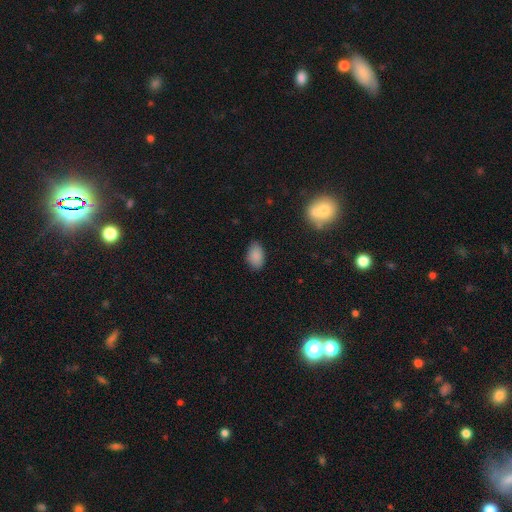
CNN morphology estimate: A smooth galaxy with no disk features (87%) that is in between round and cigar-shaped (90%). Merging: none (81%).